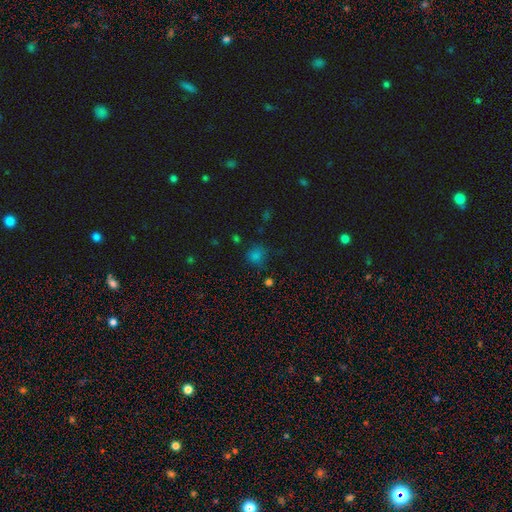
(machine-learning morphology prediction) The model was most divided on "smooth or featured": smooth: 70%, star or artifact: 24%, featured or disk: 5%. More confident: how rounded — round (82%); merging — none (72%).